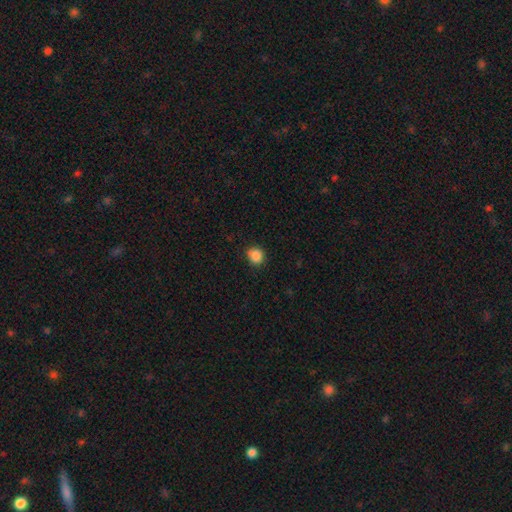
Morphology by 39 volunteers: Smooth or featured?
  - smooth: 90% *
  - featured or disk: 5%
  - star or artifact: 5%
How rounded?
  - round: 86% *
  - in between: 14%
  - cigar-shaped: 0%
Merging?
  - none: 89% *
  - minor disturbance: 5%
  - major disturbance: 3%
  - merger: 3%